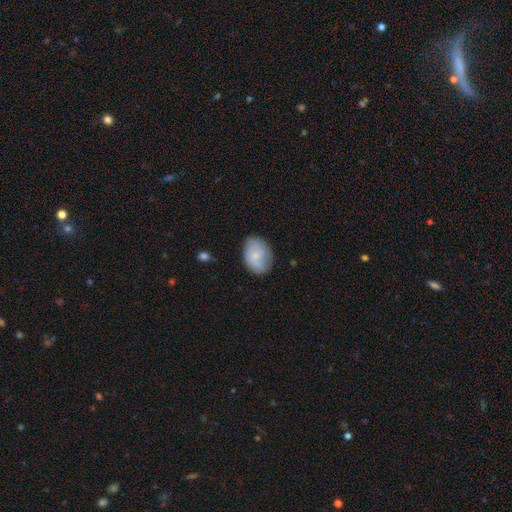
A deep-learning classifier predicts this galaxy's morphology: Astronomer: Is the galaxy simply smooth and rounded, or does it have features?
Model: smooth — 74%.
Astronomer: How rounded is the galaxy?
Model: in between — 80%.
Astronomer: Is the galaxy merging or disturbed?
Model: none — 71%.